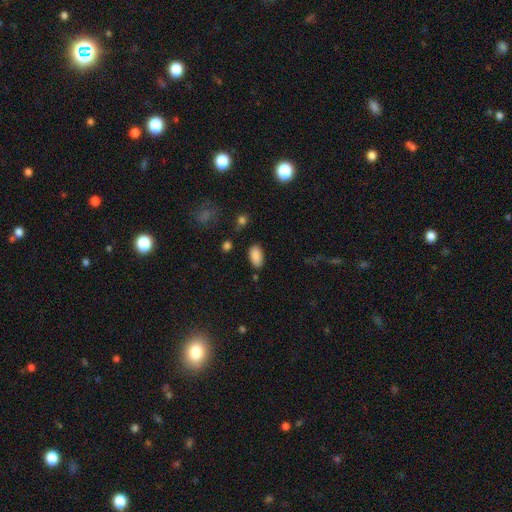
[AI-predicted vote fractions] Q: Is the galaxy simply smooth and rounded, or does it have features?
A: smooth — 88%.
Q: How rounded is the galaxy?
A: in between — 94%.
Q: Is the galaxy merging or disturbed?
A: none — 82%.